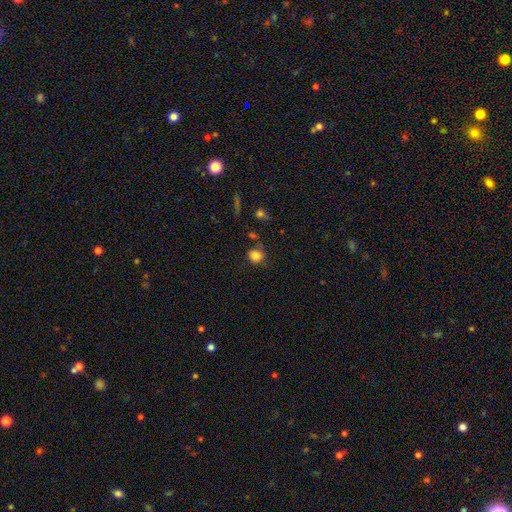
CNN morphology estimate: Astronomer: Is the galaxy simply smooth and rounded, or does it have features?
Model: smooth — 82%.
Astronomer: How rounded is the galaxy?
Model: round — 79%.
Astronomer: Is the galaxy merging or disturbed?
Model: none — 69%.